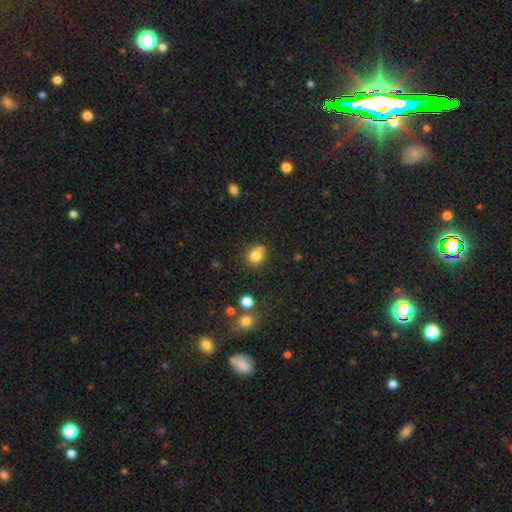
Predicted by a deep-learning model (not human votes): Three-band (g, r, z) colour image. It shows a smooth galaxy with no disk features (79%) that is round (61%). Merging: none (59%).